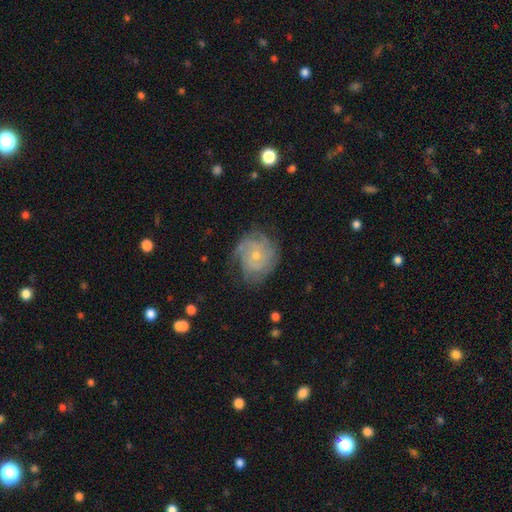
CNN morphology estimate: The model was most divided on "spiral arm count": can't tell: 36%, 3: 22%, 2: 18%, 4: 13%, more than 4: 6%, 1: 6%. More confident: edge-on disk — no (97%); spiral arms — yes (91%); bar — no (79%); smooth or featured — featured or disk (76%); merging — none (67%); bulge size — small (63%); spiral winding — tight (62%).